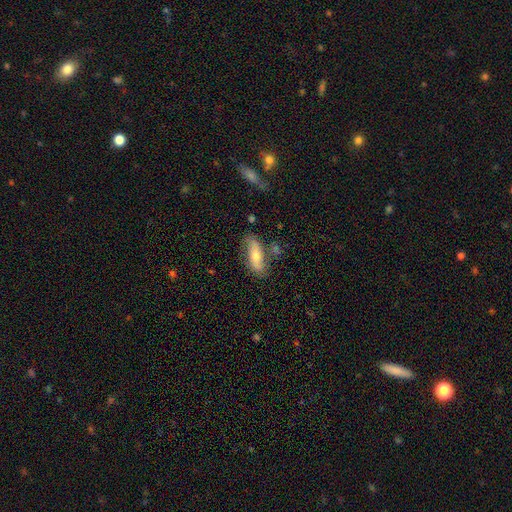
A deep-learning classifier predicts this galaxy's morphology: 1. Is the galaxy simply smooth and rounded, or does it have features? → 51% smooth, 41% featured or disk, 7% star or artifact.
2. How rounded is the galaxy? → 60% in between, 37% cigar-shaped, 3% round.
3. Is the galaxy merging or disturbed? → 71% none, 19% minor disturbance, 5% merger, 5% major disturbance.